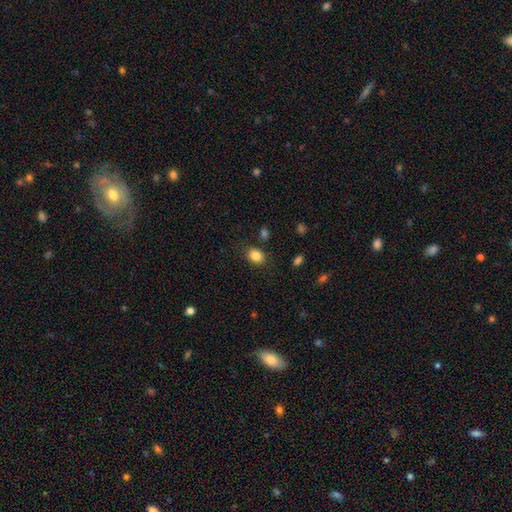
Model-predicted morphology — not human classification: Overall: smooth (85%). How rounded: in between (63%; round 36%). Merging: none (82%).